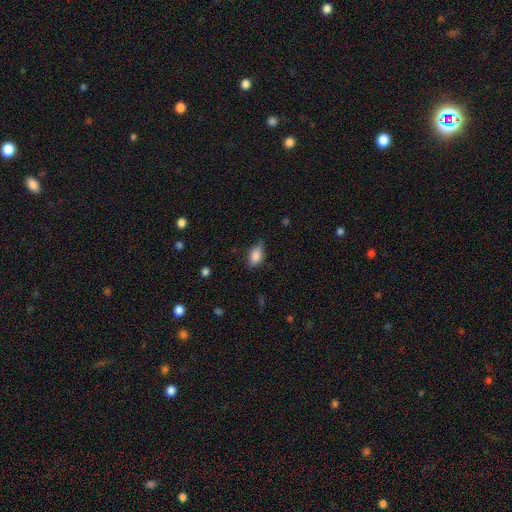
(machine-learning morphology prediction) This appears to be a smooth galaxy with no disk features (81%) that is in between round and cigar-shaped (87%). Merging: none (64%).